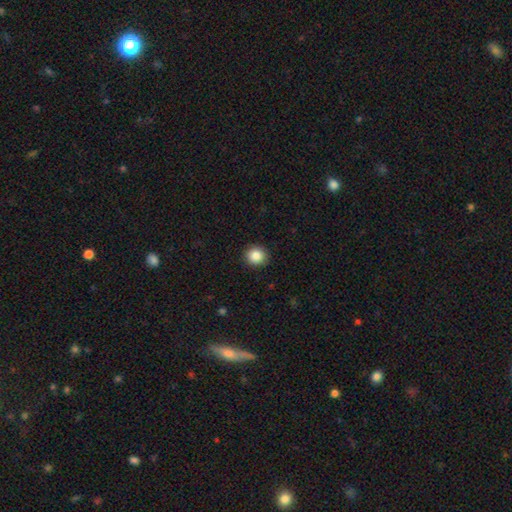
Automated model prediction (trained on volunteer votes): smooth-or-featured: smooth: 86% | star or artifact: 9% | featured or disk: 5%
  how-rounded: round: 88% | in between: 11% | cigar-shaped: 1%
  merging: none: 90% | minor disturbance: 7% | major disturbance: 2% | merger: 1%